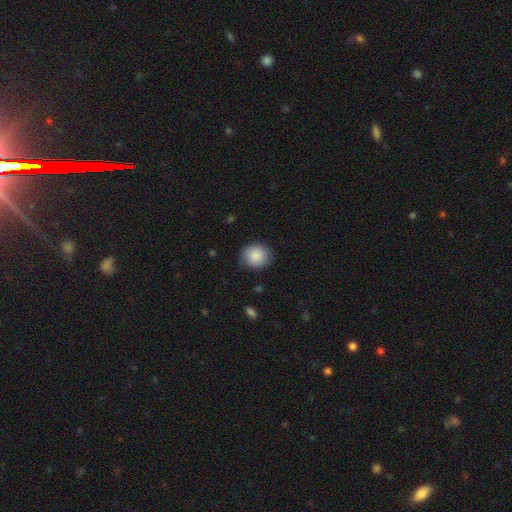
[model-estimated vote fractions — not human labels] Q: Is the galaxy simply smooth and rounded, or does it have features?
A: smooth — 88%.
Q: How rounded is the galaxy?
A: round — 82%.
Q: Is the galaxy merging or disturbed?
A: none — 85%.